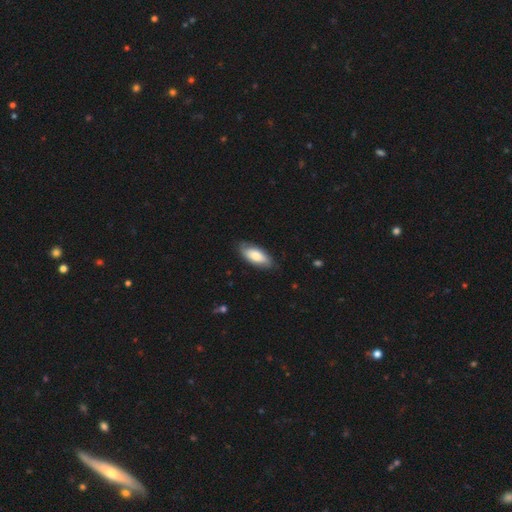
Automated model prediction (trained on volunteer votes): smooth_or_featured: smooth (p=0.73) [alt: featured or disk p=0.22]
how_rounded: in between (p=0.85) [alt: cigar-shaped p=0.13]
merging: none (p=0.79) [alt: minor disturbance p=0.16]